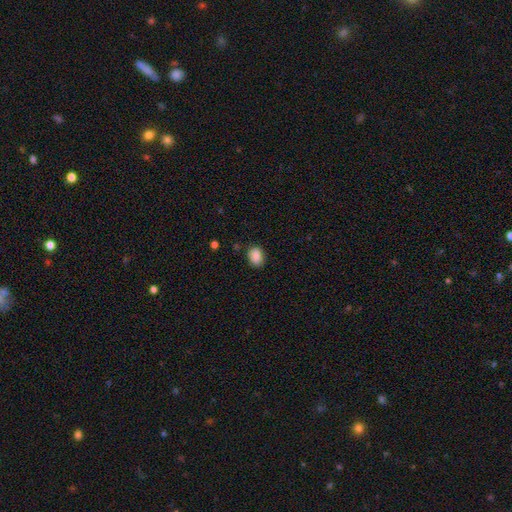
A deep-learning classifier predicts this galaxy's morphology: type=smooth (88%); roundness=in between (70%); merging=none (79%).